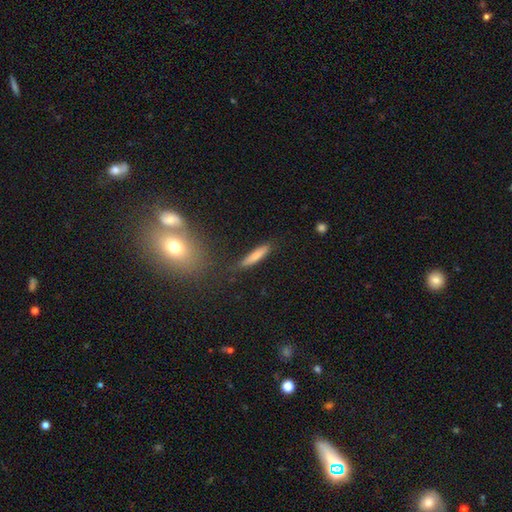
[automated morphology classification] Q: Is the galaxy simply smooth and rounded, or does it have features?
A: smooth — 77%.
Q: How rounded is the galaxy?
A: cigar-shaped — 85%.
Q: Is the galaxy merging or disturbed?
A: none — 81%.